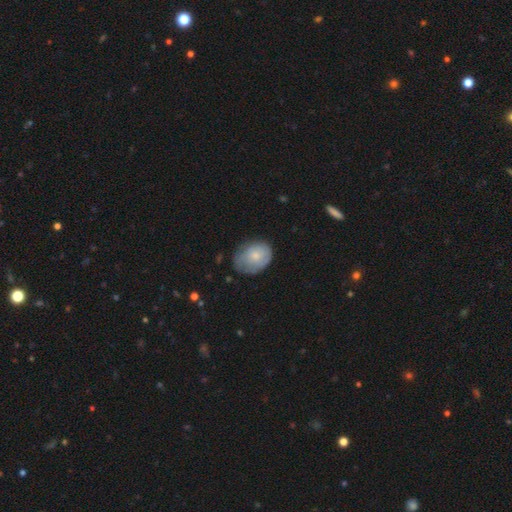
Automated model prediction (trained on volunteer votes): Smooth or featured: smooth — 69% (featured or disk — 24%)
How rounded: in between — 66% (round — 33%)
Merging: none — 56% (minor disturbance — 32%)